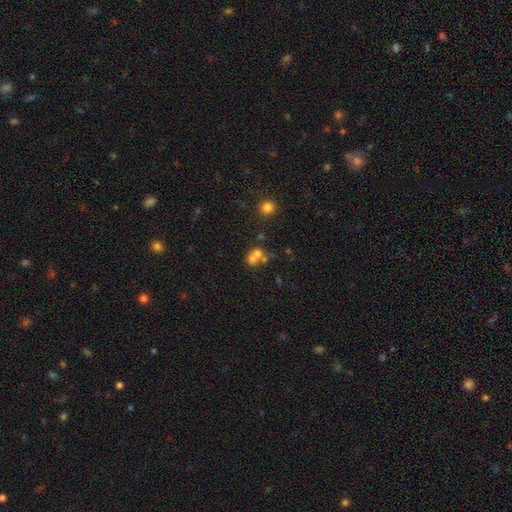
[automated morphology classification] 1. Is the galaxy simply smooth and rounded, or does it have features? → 62% smooth, 23% featured or disk, 16% star or artifact.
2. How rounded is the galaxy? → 65% round, 33% in between, 1% cigar-shaped.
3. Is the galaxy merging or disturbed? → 60% merger, 28% none, 7% minor disturbance, 5% major disturbance.